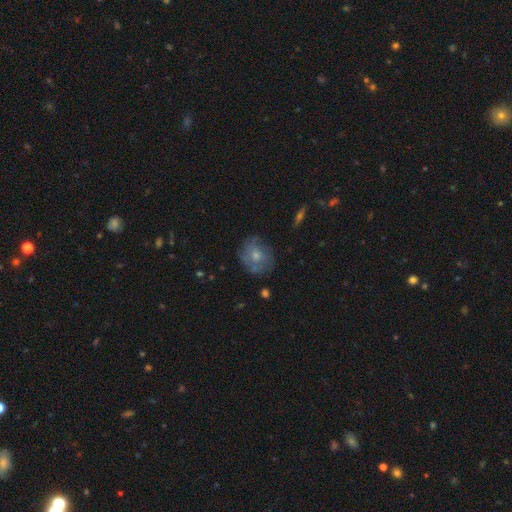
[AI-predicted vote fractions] Morphology: type=featured or disk (49%); merging=none (65%).